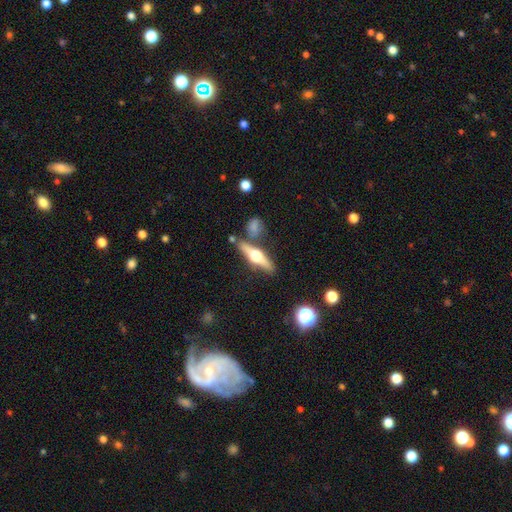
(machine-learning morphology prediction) This is likely a featured or disk galaxy (70%). It is clearly viewed edge-on (95%). Edge-on bulge: clearly rounded (96%). Merging: likely none (77%).